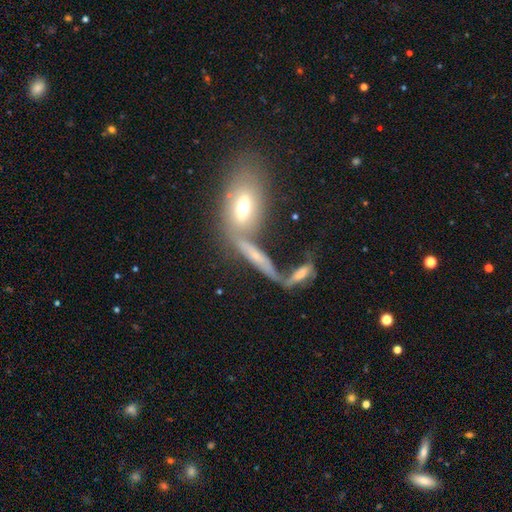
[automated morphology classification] Smooth or featured?
  - featured or disk: 52% *
  - smooth: 36%
  - star or artifact: 12%
Edge-on disk?
  - yes: 59% *
  - no: 41%
Merging?
  - merger: 41% *
  - none: 38%
  - minor disturbance: 13%
  - major disturbance: 8%